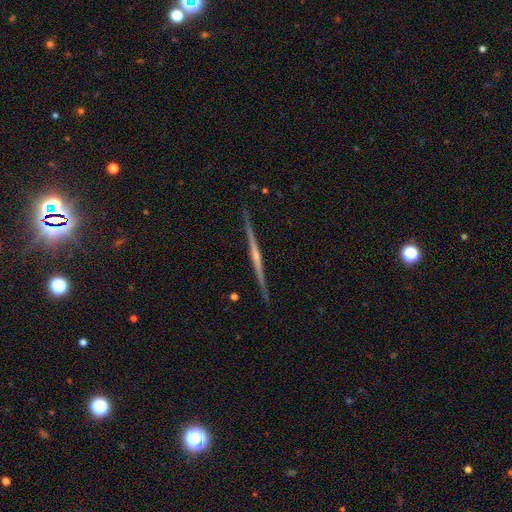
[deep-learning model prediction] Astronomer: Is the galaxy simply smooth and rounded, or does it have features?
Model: featured or disk — 82%.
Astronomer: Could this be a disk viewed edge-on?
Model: yes — 99%.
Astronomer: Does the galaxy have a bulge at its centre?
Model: rounded — 63%.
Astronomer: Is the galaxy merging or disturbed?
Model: none — 91%.